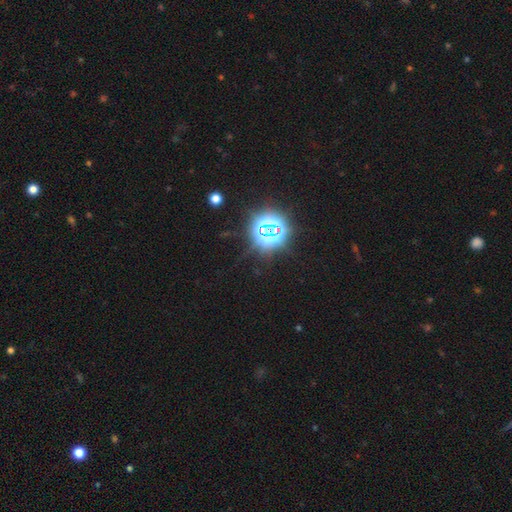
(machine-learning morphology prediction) Smooth or featured? star or artifact (80%)